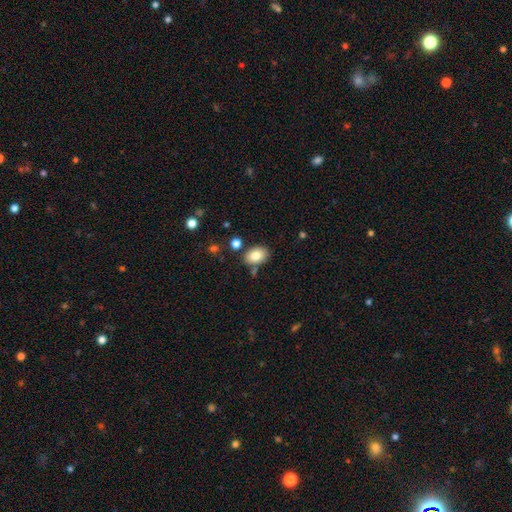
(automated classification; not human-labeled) The model was most divided on "how rounded": in between: 77%, round: 22%, cigar-shaped: 1%. More confident: smooth or featured — smooth (81%); merging — none (79%).